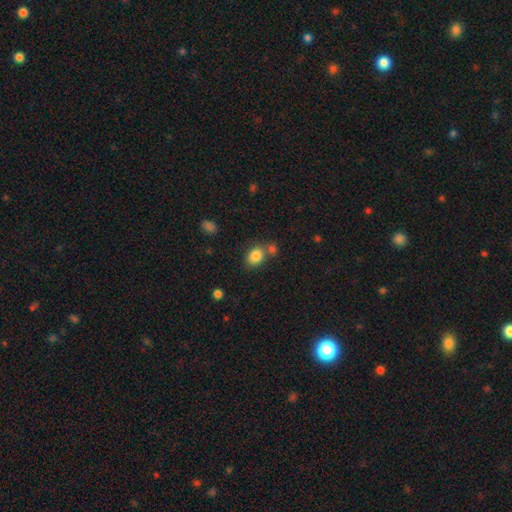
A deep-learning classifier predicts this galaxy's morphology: This is clearly a smooth galaxy (84%). How rounded: likely in between (67%). Merging: possibly none (59%).